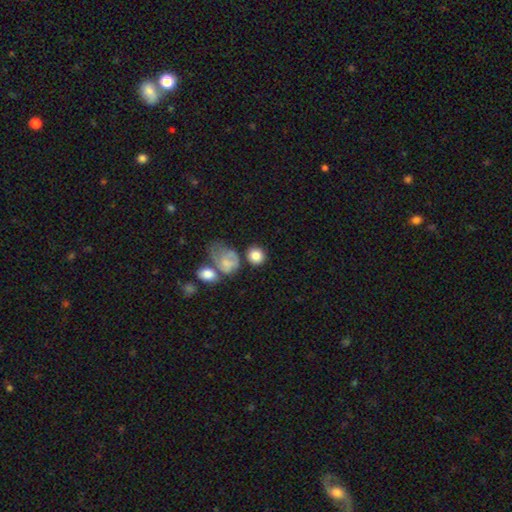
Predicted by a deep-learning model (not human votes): Smooth or featured: smooth — 83% (star or artifact — 9%)
How rounded: round — 79% (in between — 20%)
Merging: none — 63% (minor disturbance — 14%)